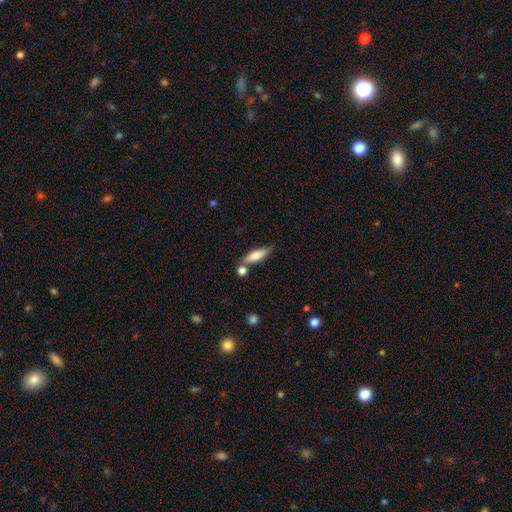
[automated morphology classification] The model was most divided on "how rounded": cigar-shaped: 50%, in between: 47%, round: 3%. More confident: smooth or featured — smooth (72%); merging — none (68%).